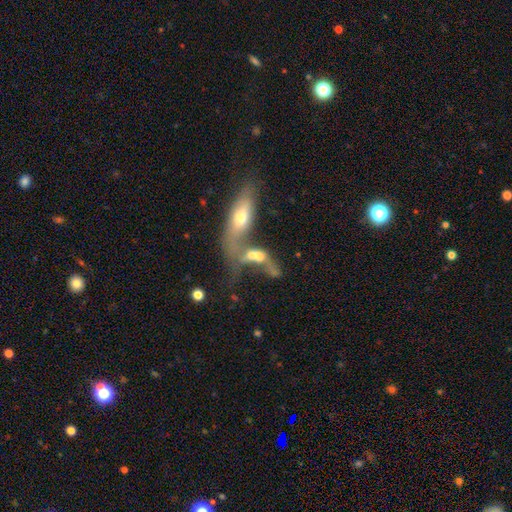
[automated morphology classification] Smooth or featured? Predicted: featured or disk (p=0.48). Merging? Predicted: merger (p=0.75).